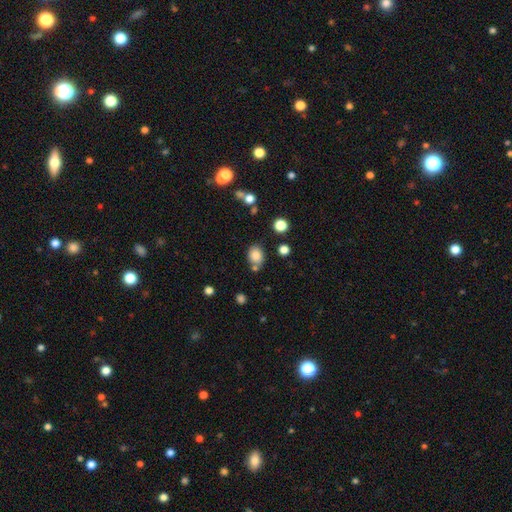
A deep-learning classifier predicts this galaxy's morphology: The model was most divided on "how rounded": in between: 56%, round: 42%, cigar-shaped: 1%. More confident: smooth or featured — smooth (83%); merging — none (69%).